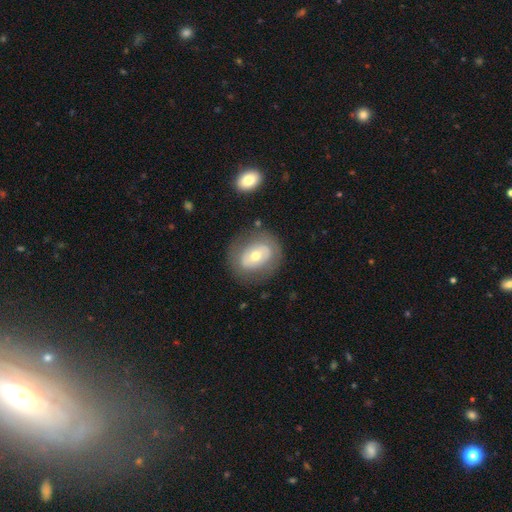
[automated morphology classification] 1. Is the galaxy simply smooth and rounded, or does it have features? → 53% featured or disk, 40% smooth, 7% star or artifact.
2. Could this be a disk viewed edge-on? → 94% no, 6% yes.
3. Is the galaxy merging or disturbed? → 75% none, 14% minor disturbance, 8% major disturbance, 2% merger.